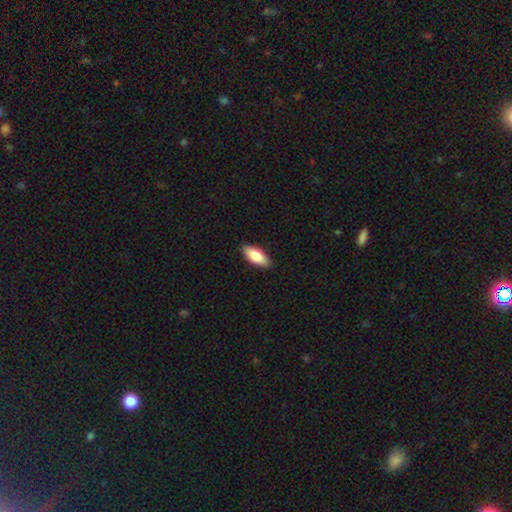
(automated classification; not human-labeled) Smooth or featured? Predicted: smooth (p=0.82). How rounded? Predicted: in between (p=0.83). Merging? Predicted: none (p=0.87).